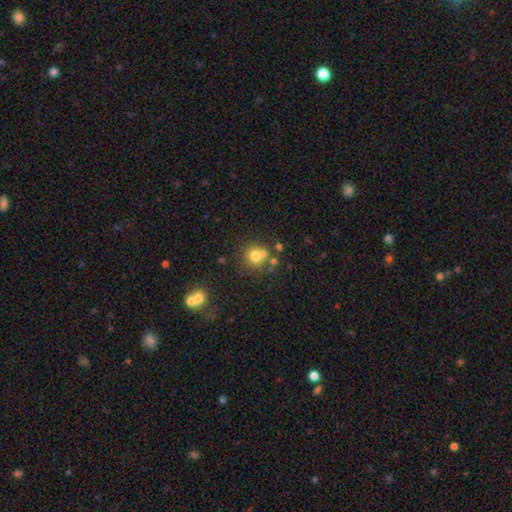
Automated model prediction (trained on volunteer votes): Smooth or featured? smooth (72%)
How rounded? round (87%)
Merging? none (57%)